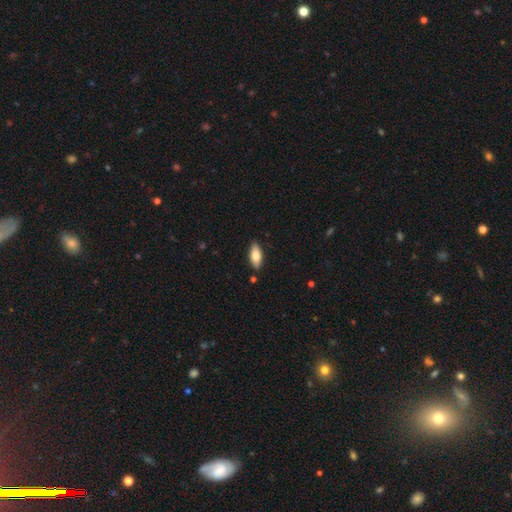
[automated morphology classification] smooth 77%, featured or disk 17%, star or artifact 6%. Down the decision tree: how rounded — in between (83%); merging — none (86%).